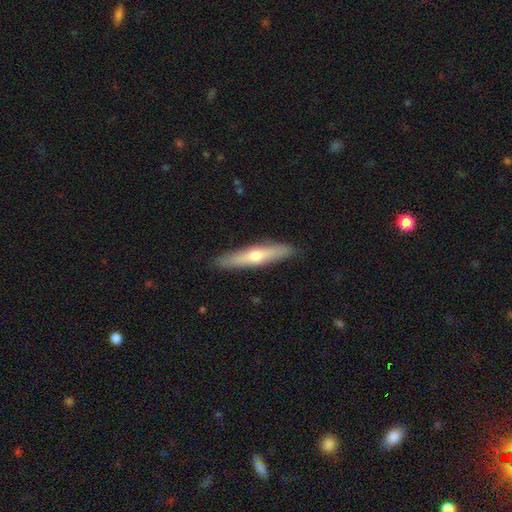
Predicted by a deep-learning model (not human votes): The model was most divided on "smooth or featured": featured or disk: 50%, smooth: 44%, star or artifact: 6%. More confident: merging — none (90%).